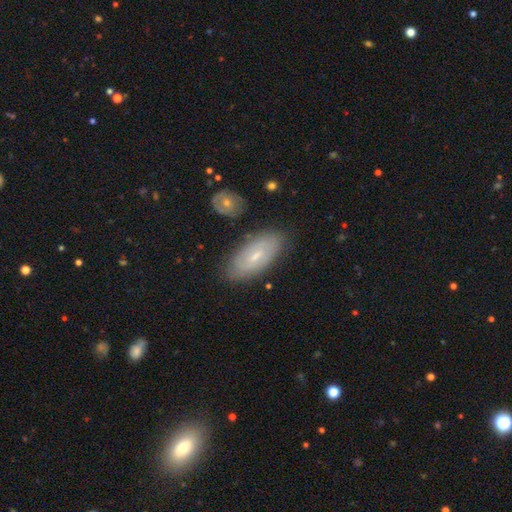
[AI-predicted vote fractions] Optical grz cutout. It shows a featured or disk galaxy (54%). Merging: none (81%).